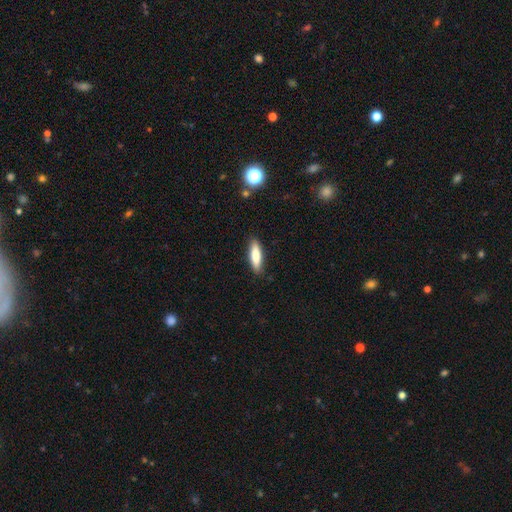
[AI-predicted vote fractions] Q: Smooth or featured?
A: smooth (78%); runner-up: featured or disk (15%)
Q: How rounded?
A: cigar-shaped (58%); runner-up: in between (40%)
Q: Merging?
A: none (87%); runner-up: minor disturbance (10%)